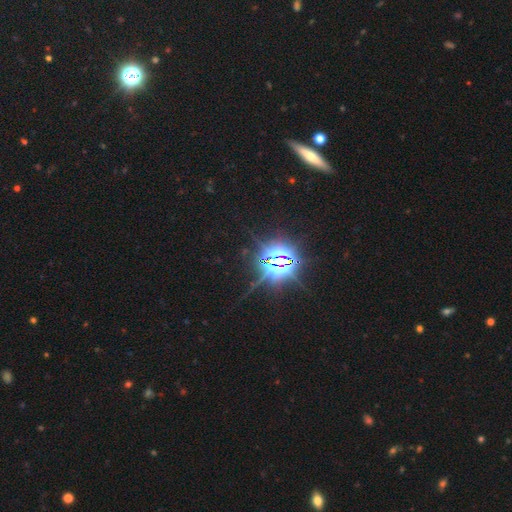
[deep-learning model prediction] Smooth or featured? Predicted: star or artifact (p=0.82).